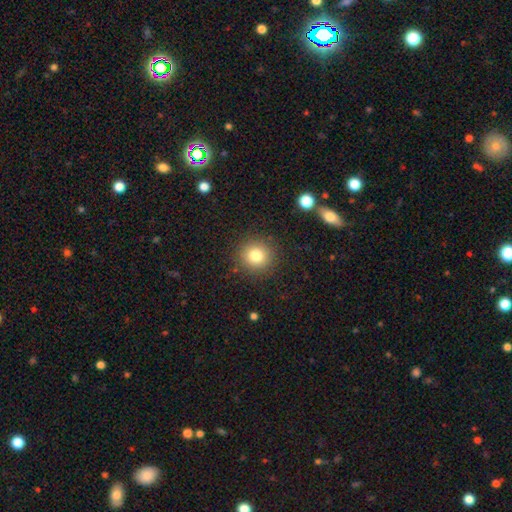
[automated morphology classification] Smooth or featured?
  - smooth: 80% *
  - star or artifact: 12%
  - featured or disk: 8%
How rounded?
  - round: 93% *
  - in between: 6%
  - cigar-shaped: 1%
Merging?
  - none: 89% *
  - minor disturbance: 7%
  - major disturbance: 3%
  - merger: 1%